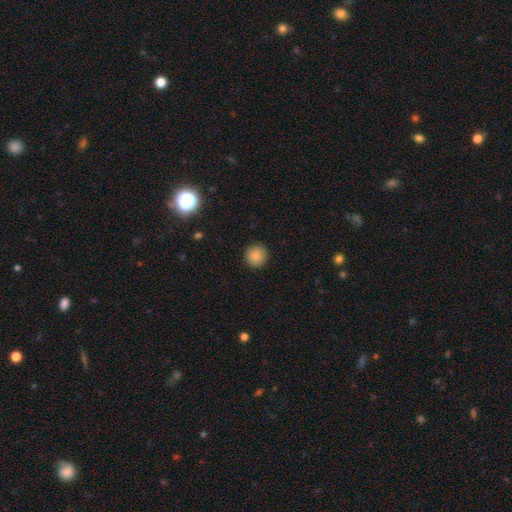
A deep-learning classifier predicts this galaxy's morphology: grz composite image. It shows a smooth galaxy with no disk features (86%) that is round (95%). Merging: none (92%).